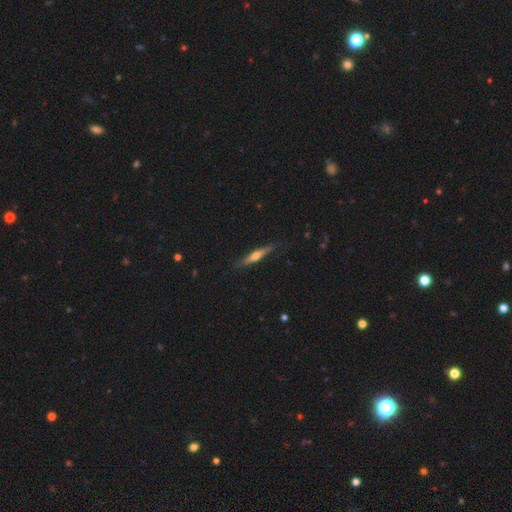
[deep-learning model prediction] Smooth or featured?
  - featured or disk: 60% *
  - smooth: 34%
  - star or artifact: 6%
Edge-on disk?
  - yes: 96% *
  - no: 4%
Edge-on bulge?
  - rounded: 87% *
  - none: 7%
  - boxy: 5%
Merging?
  - none: 82% *
  - minor disturbance: 14%
  - major disturbance: 3%
  - merger: 1%